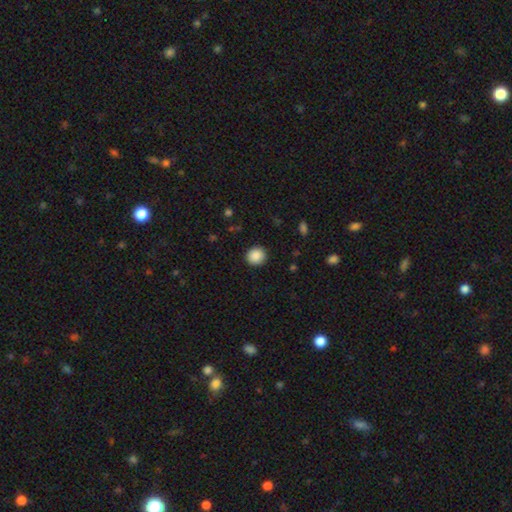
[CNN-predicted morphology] smooth_or_featured: smooth (p=0.89) [alt: star or artifact p=0.09]
how_rounded: round (p=0.90) [alt: in between p=0.09]
merging: none (p=0.91) [alt: minor disturbance p=0.06]